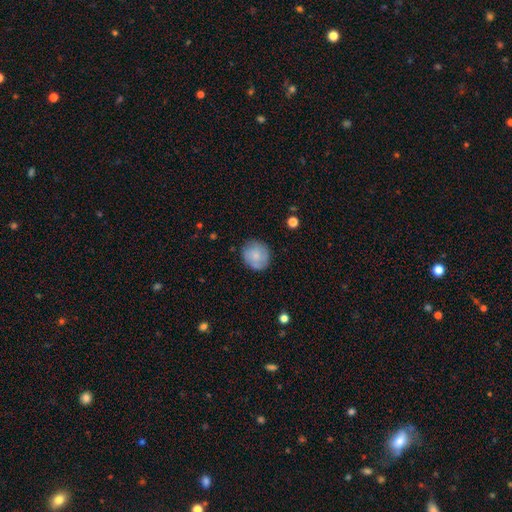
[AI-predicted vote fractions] Q: Smooth or featured?
A: smooth (67%); runner-up: featured or disk (26%)
Q: How rounded?
A: round (84%); runner-up: in between (15%)
Q: Merging?
A: none (81%); runner-up: minor disturbance (14%)